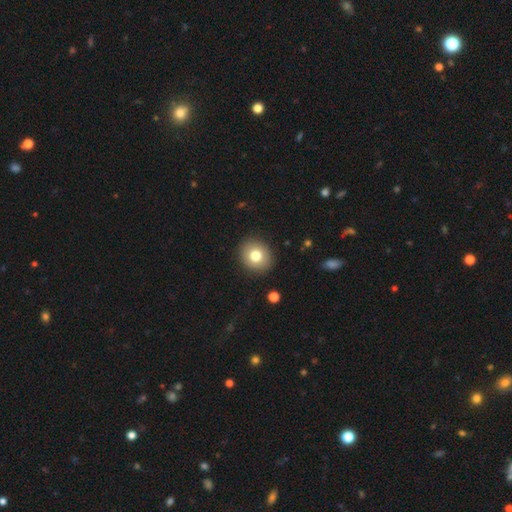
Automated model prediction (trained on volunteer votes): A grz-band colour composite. It shows a smooth galaxy with no disk features (78%) that is round (78%). Merging: none (90%).